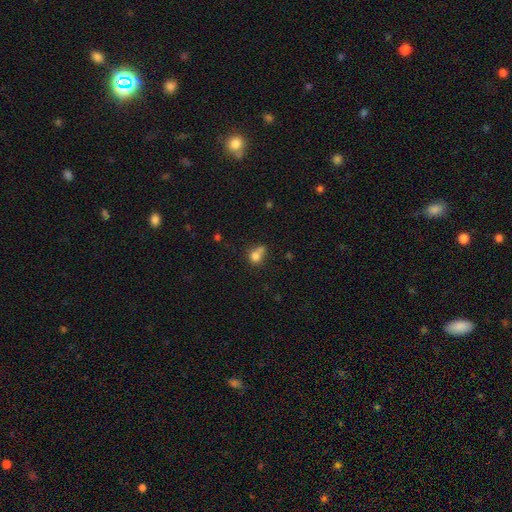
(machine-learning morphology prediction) The model was most divided on "merging": merger: 46%, none: 36%, minor disturbance: 12%, major disturbance: 6%. More confident: smooth or featured — smooth (76%); how rounded — round (71%).